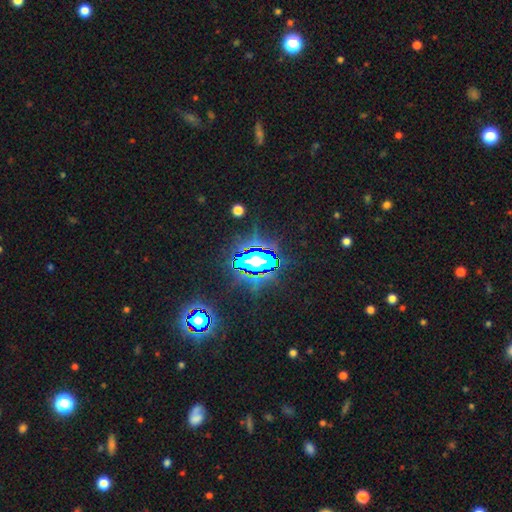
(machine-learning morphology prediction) Q: Smooth or featured?
A: star or artifact (67%); runner-up: smooth (19%)